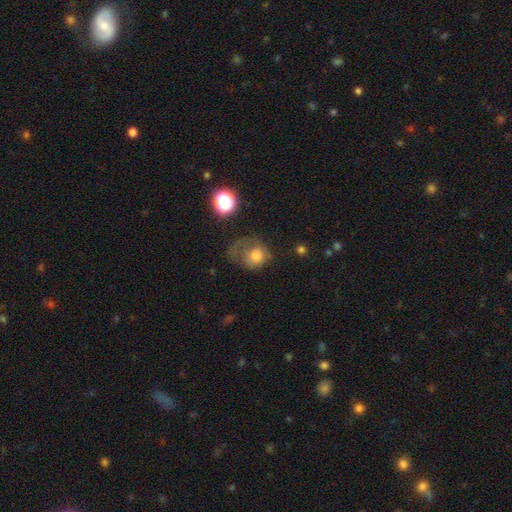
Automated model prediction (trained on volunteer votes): A smooth galaxy with no disk features (62%) that is round (64%). Merging: major disturbance (51%).